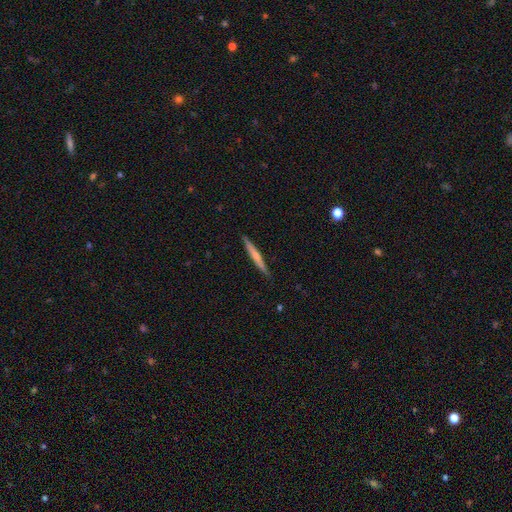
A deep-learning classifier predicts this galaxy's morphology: featured or disk 48%, smooth 47%, star or artifact 6%. Down the decision tree: merging — none (89%).